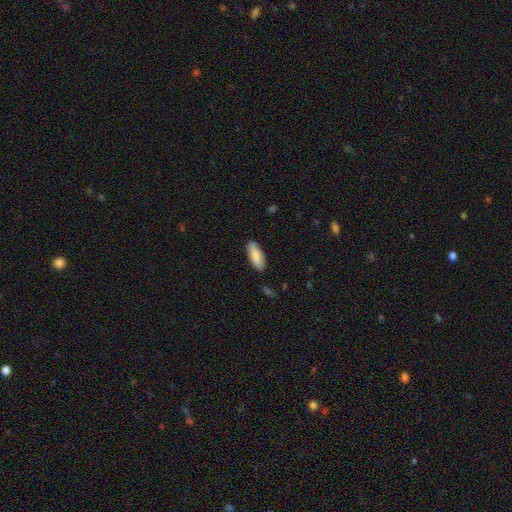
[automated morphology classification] Smooth or featured?
  - smooth: 84% *
  - featured or disk: 10%
  - star or artifact: 6%
How rounded?
  - in between: 66% *
  - cigar-shaped: 32%
  - round: 2%
Merging?
  - none: 83% *
  - minor disturbance: 13%
  - major disturbance: 2%
  - merger: 2%